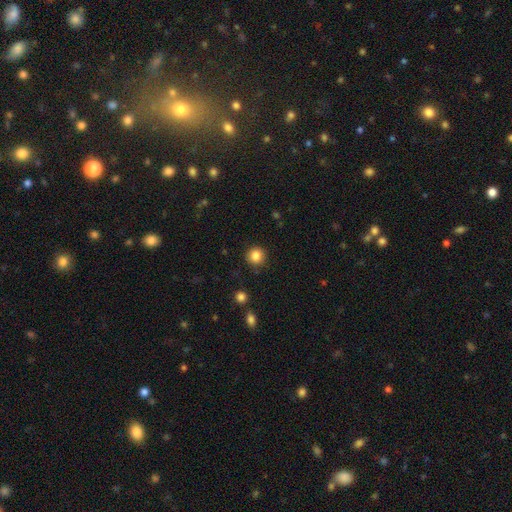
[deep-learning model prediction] Morphology: type=smooth (85%); roundness=round (93%); merging=none (90%).